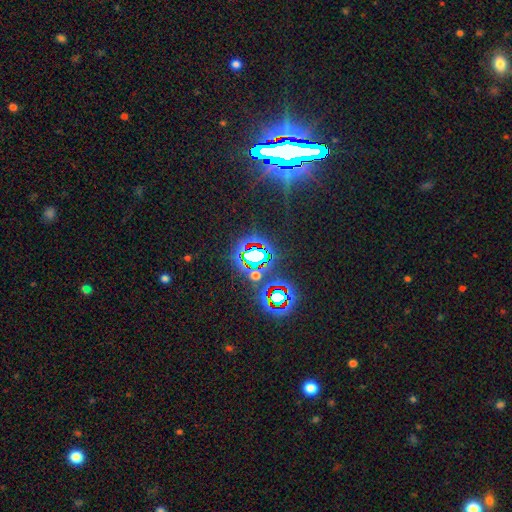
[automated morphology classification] Q: Smooth or featured?
A: star or artifact (83%); runner-up: smooth (9%)